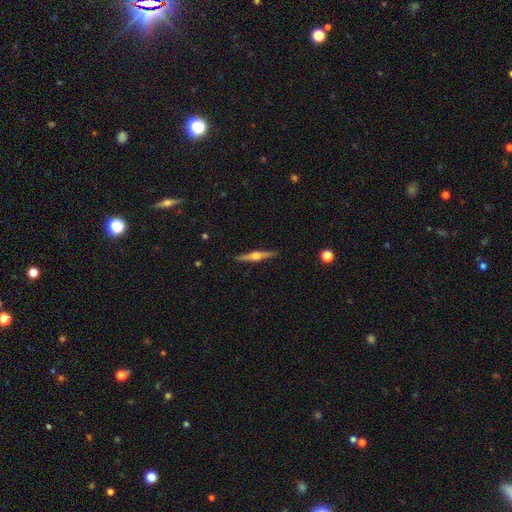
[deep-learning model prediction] The model was most divided on "smooth or featured": featured or disk: 77%, smooth: 17%, star or artifact: 6%. More confident: edge-on disk — yes (98%); edge-on bulge — rounded (94%); merging — none (91%).